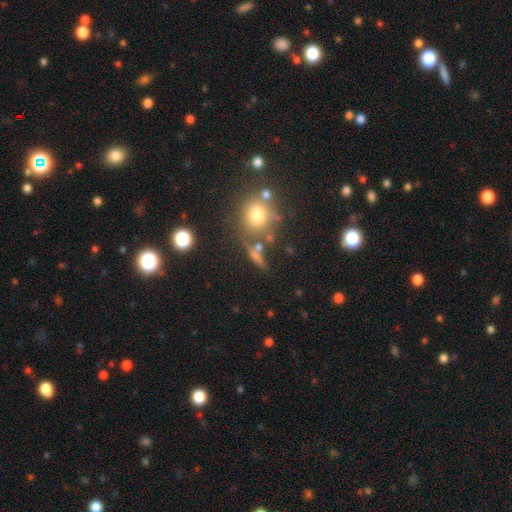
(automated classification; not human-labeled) A smooth galaxy with no disk features (54%) that is round (43%). Merging: none (65%).